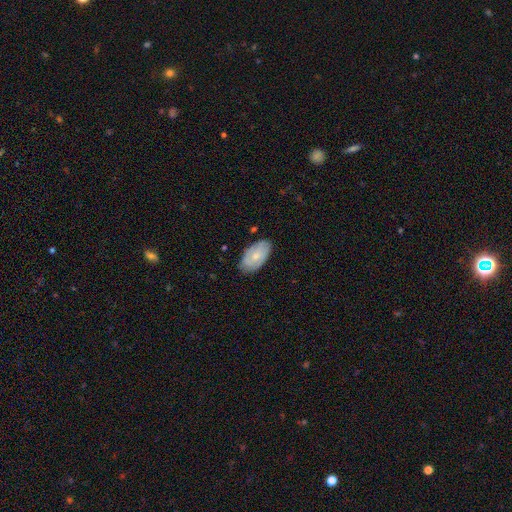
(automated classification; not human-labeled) A smooth galaxy with no disk features (56%) that is in between round and cigar-shaped (94%). Merging: none (77%).